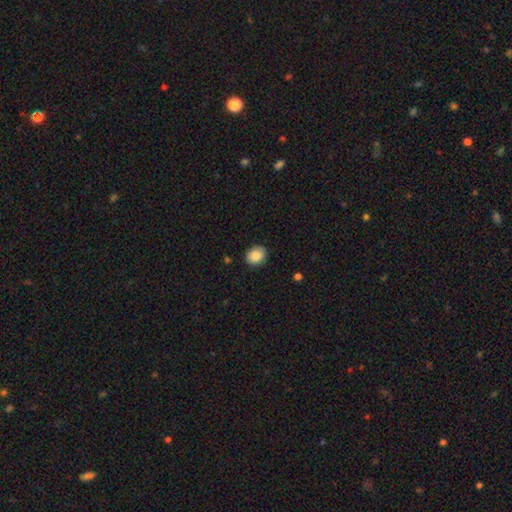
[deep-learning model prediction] Morphology: type=smooth (88%); roundness=in between (52%); merging=none (87%).